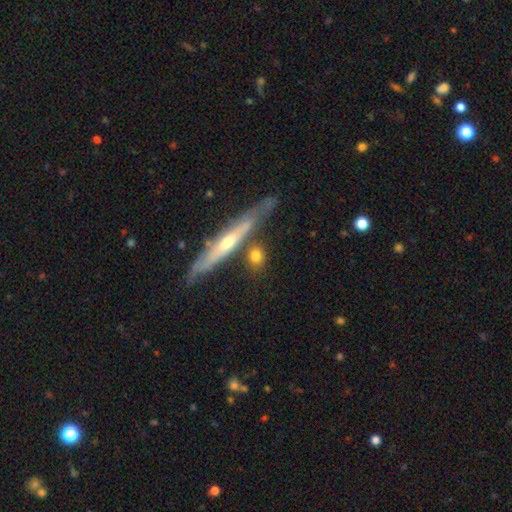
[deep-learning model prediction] Q: Smooth or featured?
A: smooth (66%); runner-up: featured or disk (26%)
Q: How rounded?
A: round (48%); runner-up: cigar-shaped (30%)
Q: Merging?
A: none (72%); runner-up: minor disturbance (13%)